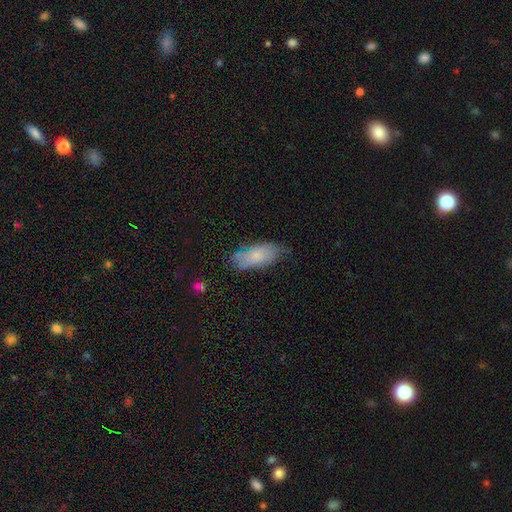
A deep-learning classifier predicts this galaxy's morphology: Smooth or featured? smooth (76%)
How rounded? in between (83%)
Merging? none (66%)